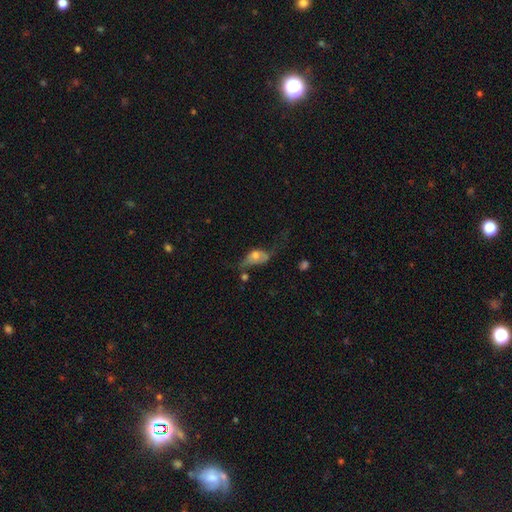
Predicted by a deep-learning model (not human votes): Morphology: type=smooth (55%); roundness=in between (80%); merging=major disturbance (42%).